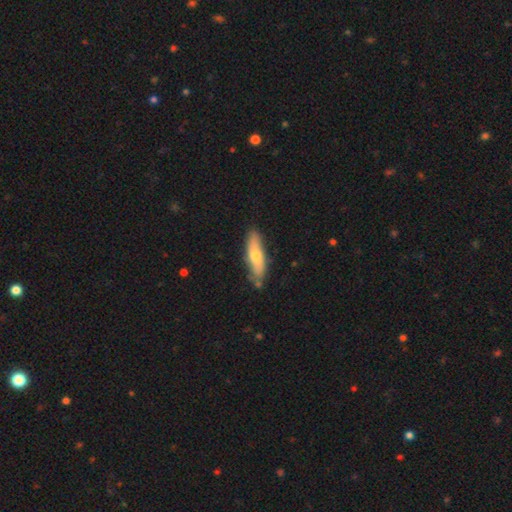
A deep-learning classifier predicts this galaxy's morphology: Q: Smooth or featured?
A: smooth (61%); runner-up: featured or disk (33%)
Q: How rounded?
A: cigar-shaped (59%); runner-up: in between (39%)
Q: Merging?
A: none (76%); runner-up: minor disturbance (17%)